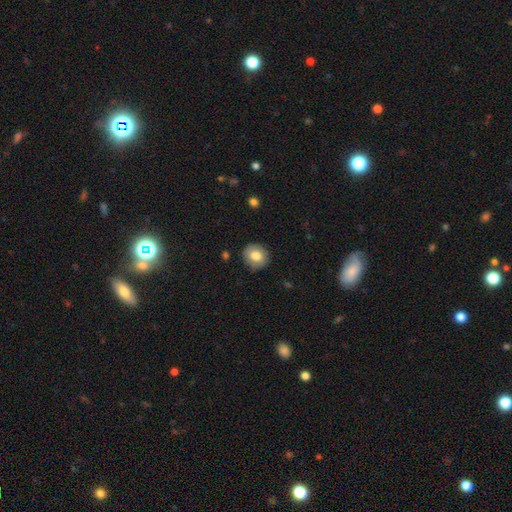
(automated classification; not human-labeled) smooth-or-featured: smooth: 78% | featured or disk: 14% | star or artifact: 8%
  how-rounded: round: 81% | in between: 18% | cigar-shaped: 1%
  merging: none: 86% | minor disturbance: 11% | major disturbance: 2% | merger: 1%